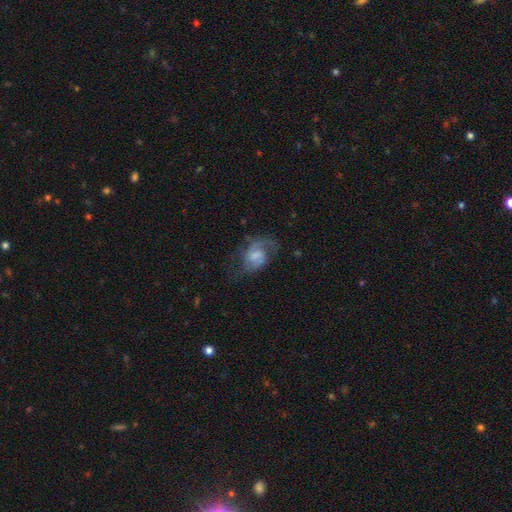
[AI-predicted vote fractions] featured or disk 71%, smooth 22%, star or artifact 7%. Down the decision tree: edge-on disk — no (97%); bar — weak (50%); spiral arms — yes (90%); spiral arm count — 2 (75%); spiral winding — medium (50%); bulge size — none (30%); merging — none (53%).